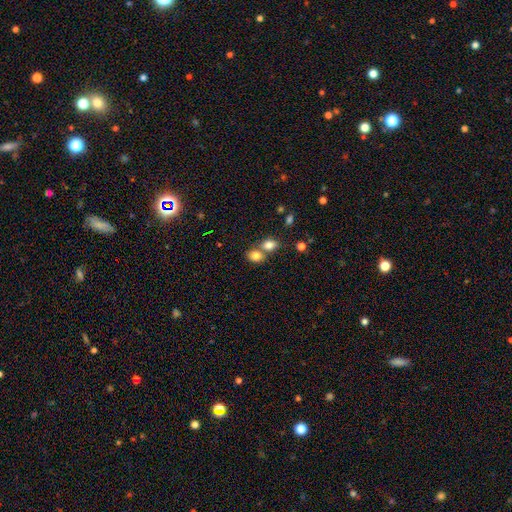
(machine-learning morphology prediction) A smooth galaxy with no disk features (81%) that is in between round and cigar-shaped (53%). Merging: merger (50%).